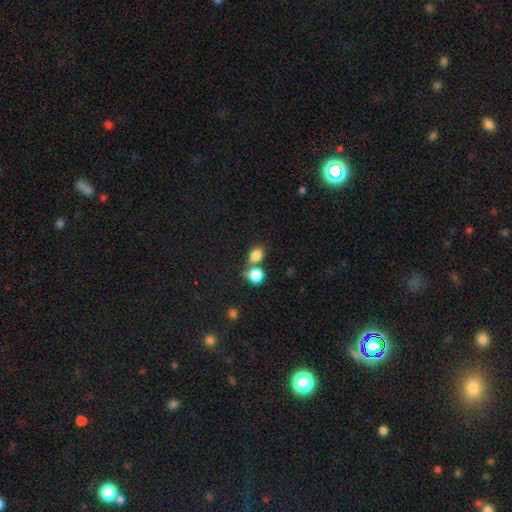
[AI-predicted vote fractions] Q: Smooth or featured?
A: smooth (82%); runner-up: star or artifact (12%)
Q: How rounded?
A: in between (52%); runner-up: round (46%)
Q: Merging?
A: none (52%); runner-up: merger (33%)